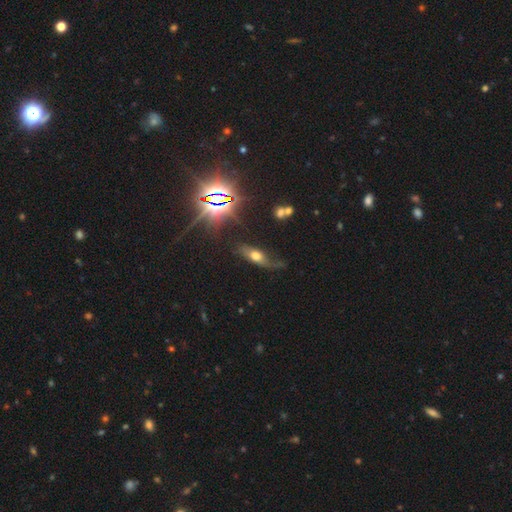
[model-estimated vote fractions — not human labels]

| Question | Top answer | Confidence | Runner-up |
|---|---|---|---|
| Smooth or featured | smooth | 47% | featured or disk (36%) |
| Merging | none | 46% | minor disturbance (28%) |